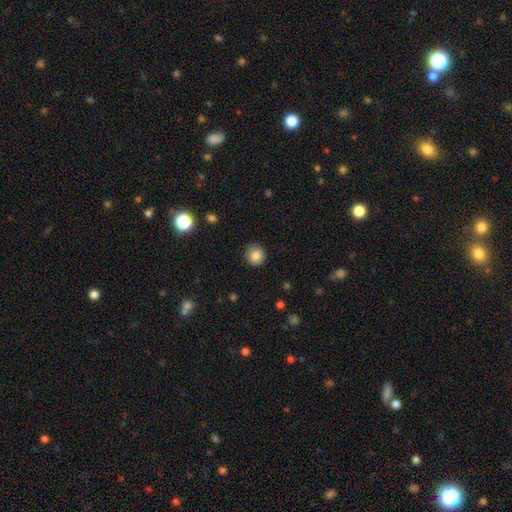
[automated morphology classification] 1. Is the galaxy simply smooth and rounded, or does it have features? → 84% smooth, 10% star or artifact, 6% featured or disk.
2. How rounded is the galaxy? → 90% round, 9% in between, 1% cigar-shaped.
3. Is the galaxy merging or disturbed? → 87% none, 9% minor disturbance, 2% major disturbance, 1% merger.